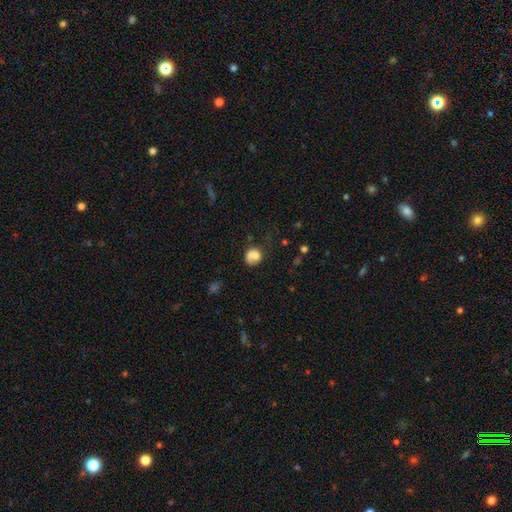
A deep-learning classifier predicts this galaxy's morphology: type=smooth (67%); roundness=round (58%); merging=merger (34%, tied with none).